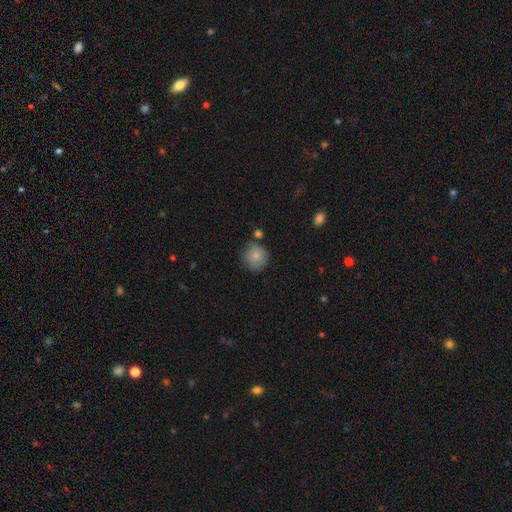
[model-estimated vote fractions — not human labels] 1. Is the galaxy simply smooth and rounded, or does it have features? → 82% smooth, 9% featured or disk, 9% star or artifact.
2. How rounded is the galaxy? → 91% round, 8% in between, 1% cigar-shaped.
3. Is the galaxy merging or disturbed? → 74% none, 15% minor disturbance, 7% merger, 4% major disturbance.